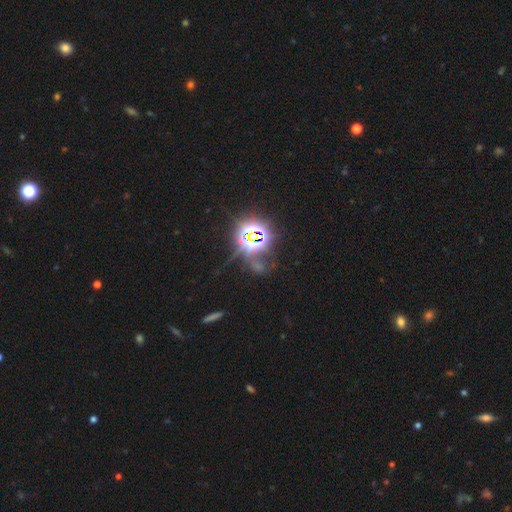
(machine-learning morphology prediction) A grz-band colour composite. It shows a star or artifact, not a galaxy (81%).